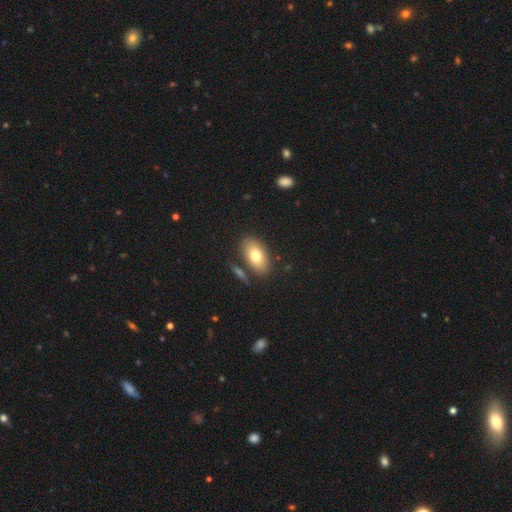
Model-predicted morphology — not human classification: This appears to be a smooth galaxy with no disk features (76%) that is in between round and cigar-shaped (91%). Merging: none (78%).